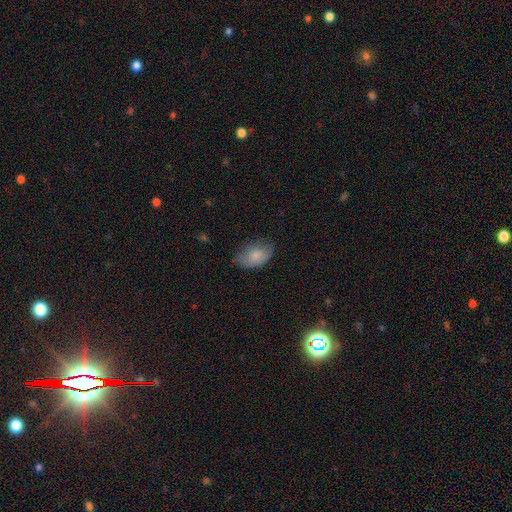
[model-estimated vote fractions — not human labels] Q: Smooth or featured?
A: smooth (80%); runner-up: featured or disk (13%)
Q: How rounded?
A: in between (90%); runner-up: round (9%)
Q: Merging?
A: none (58%); runner-up: minor disturbance (32%)